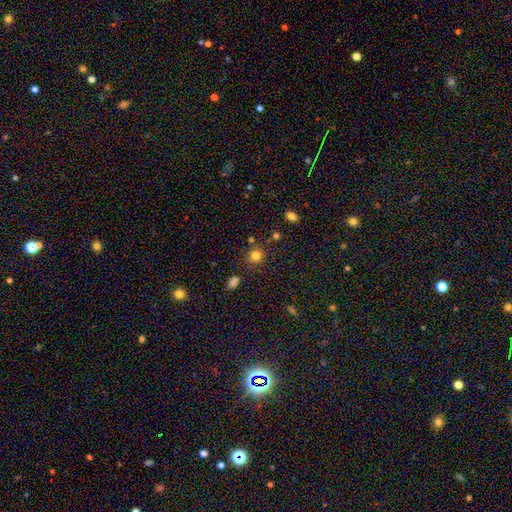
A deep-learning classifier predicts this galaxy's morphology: Smooth or featured: smooth — 81% (star or artifact — 13%)
How rounded: round — 79% (in between — 20%)
Merging: none — 78% (minor disturbance — 12%)